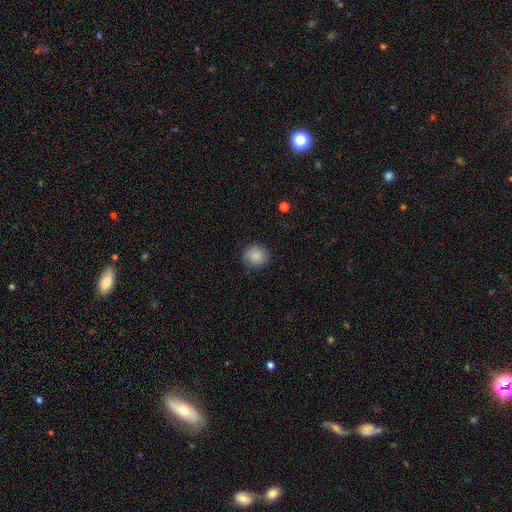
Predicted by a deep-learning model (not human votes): Smooth or featured?
  - smooth: 87% *
  - star or artifact: 8%
  - featured or disk: 5%
How rounded?
  - round: 91% *
  - in between: 8%
  - cigar-shaped: 1%
Merging?
  - none: 85% *
  - minor disturbance: 11%
  - major disturbance: 3%
  - merger: 1%